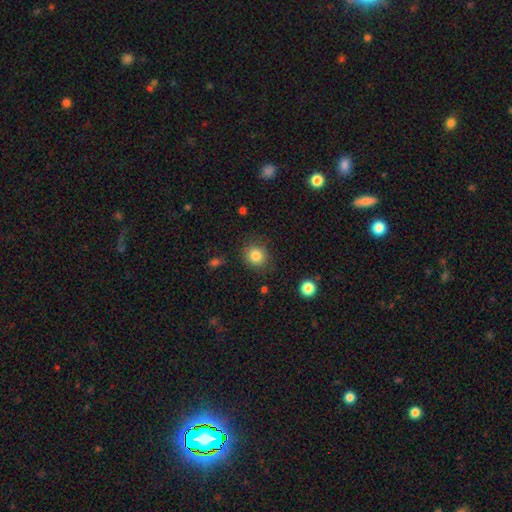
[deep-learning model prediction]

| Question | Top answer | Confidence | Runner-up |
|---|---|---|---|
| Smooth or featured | smooth | 83% | star or artifact (10%) |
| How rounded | round | 84% | in between (15%) |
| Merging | none | 84% | minor disturbance (11%) |